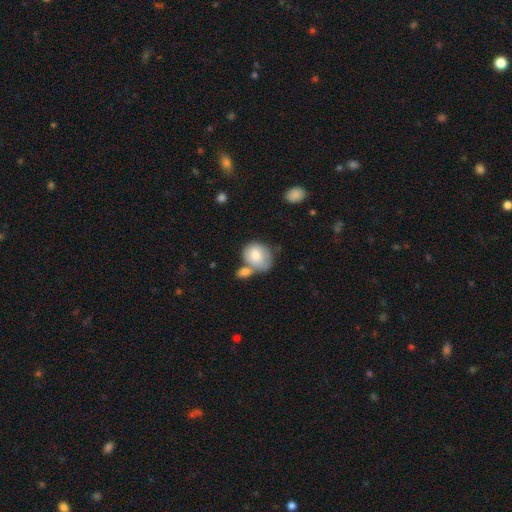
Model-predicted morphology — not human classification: type=smooth (74%); roundness=round (56%); merging=none (39%).